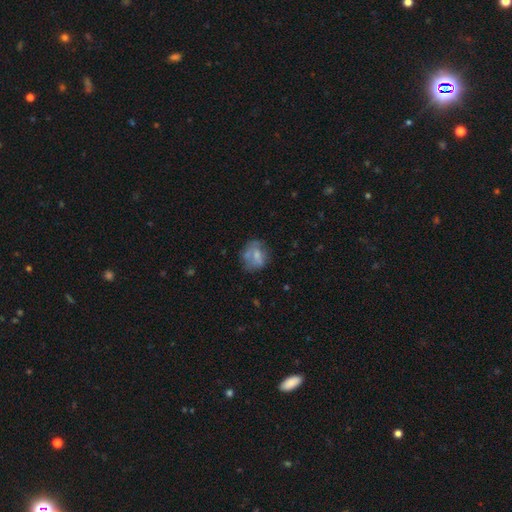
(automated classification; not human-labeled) A smooth galaxy with no disk features (55%) that is round (62%). Merging: none (51%).